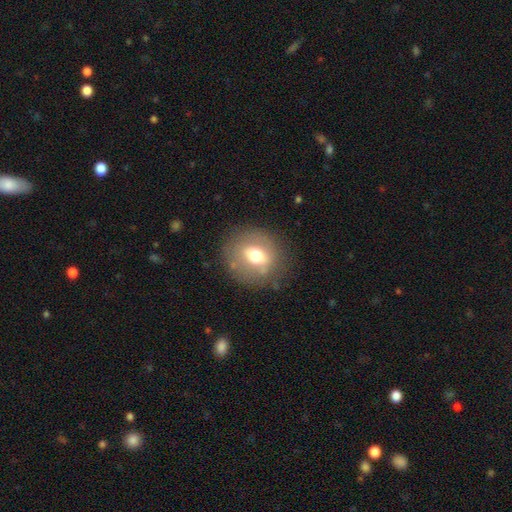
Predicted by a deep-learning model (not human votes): Overall: smooth (54%; featured or disk 35%). How rounded: round (75%). Merging: none (77%).